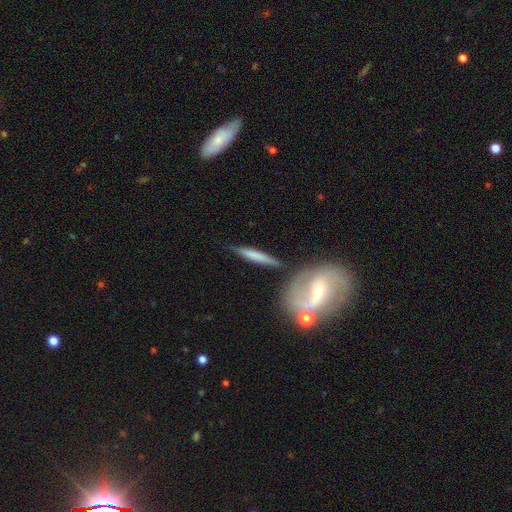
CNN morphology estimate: This appears to be a smooth galaxy with no disk features (55%) that is cigar-shaped (90%). Merging: none (74%).